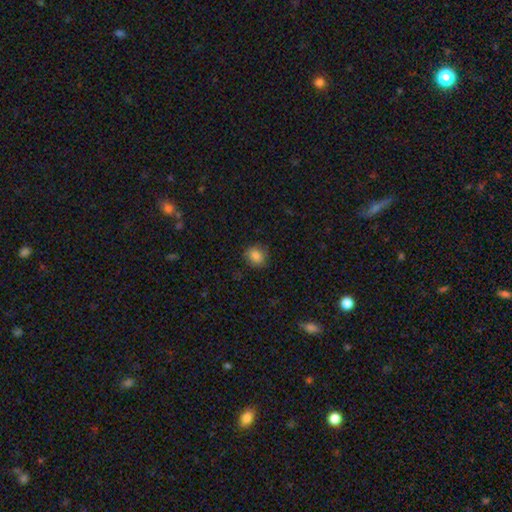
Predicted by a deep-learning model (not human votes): Smooth or featured? Predicted: smooth (p=0.85). How rounded? Predicted: round (p=0.74). Merging? Predicted: none (p=0.84).